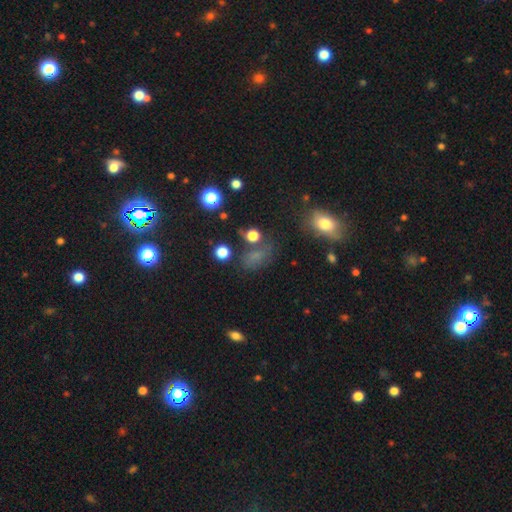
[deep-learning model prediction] Smooth or featured? smooth (55%)
How rounded? in between (71%)
Merging? none (58%)